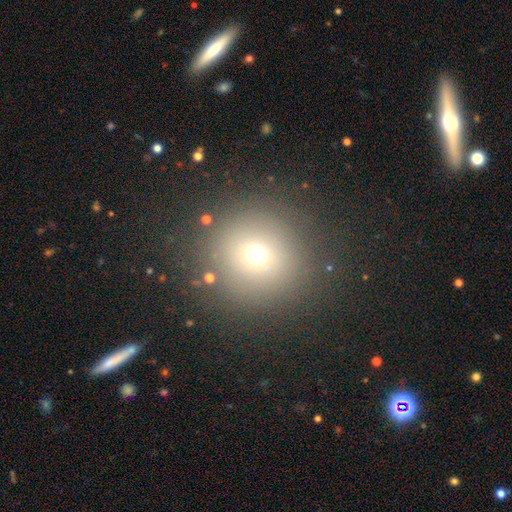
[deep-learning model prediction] Smooth or featured?
  - smooth: 67% *
  - star or artifact: 23%
  - featured or disk: 10%
How rounded?
  - round: 94% *
  - in between: 5%
  - cigar-shaped: 1%
Merging?
  - none: 88% *
  - minor disturbance: 7%
  - major disturbance: 3%
  - merger: 2%